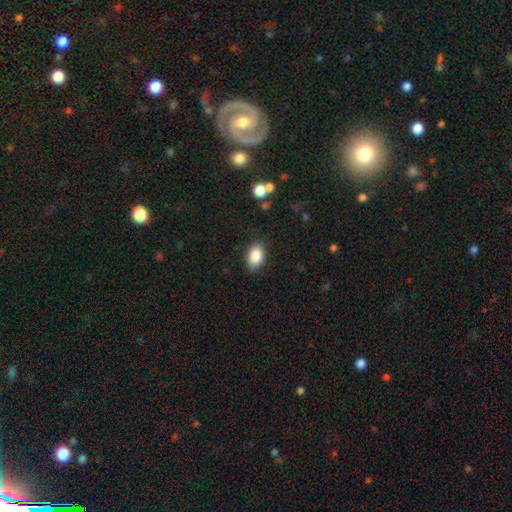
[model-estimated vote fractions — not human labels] smooth 86%, star or artifact 8%, featured or disk 5%. Down the decision tree: how rounded — in between (85%); merging — none (85%).